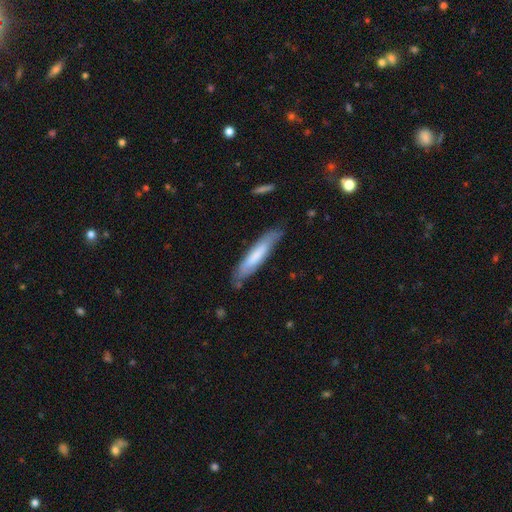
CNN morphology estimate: Smooth or featured?
  - smooth: 62% *
  - featured or disk: 32%
  - star or artifact: 6%
How rounded?
  - cigar-shaped: 85% *
  - in between: 14%
  - round: 1%
Merging?
  - none: 79% *
  - minor disturbance: 16%
  - major disturbance: 3%
  - merger: 2%